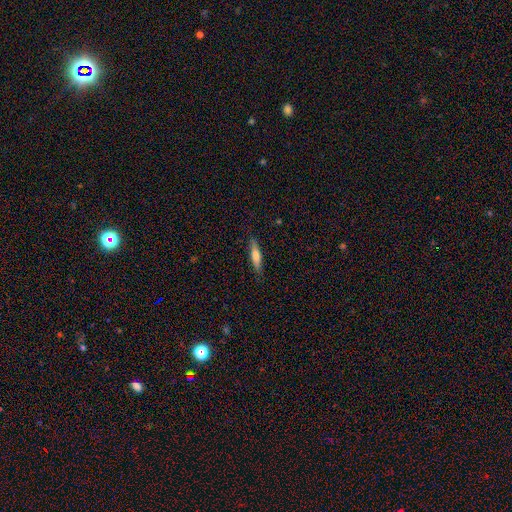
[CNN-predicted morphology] Smooth or featured? smooth (63%)
How rounded? cigar-shaped (79%)
Merging? none (86%)